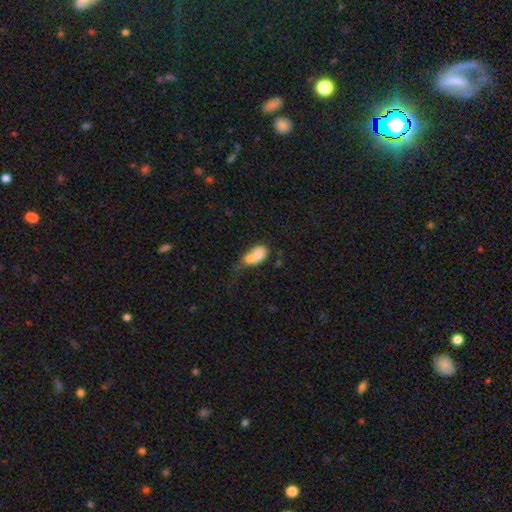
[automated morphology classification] Smooth or featured? Predicted: smooth (p=0.72). How rounded? Predicted: in between (p=0.77). Merging? Predicted: merger (p=0.58).